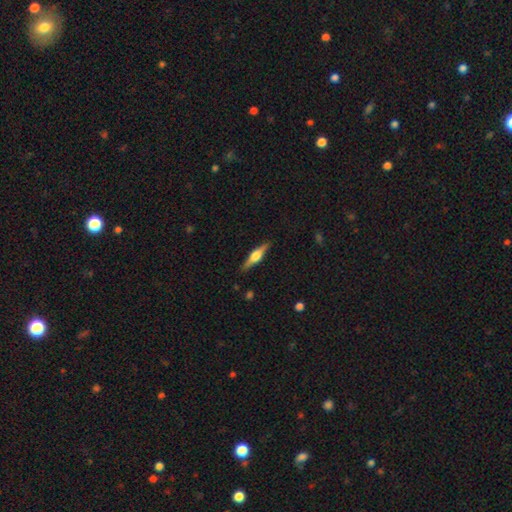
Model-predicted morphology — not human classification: This is likely a featured or disk galaxy (68%). It is clearly viewed edge-on (97%). Edge-on bulge: clearly rounded (87%). Merging: clearly none (88%).